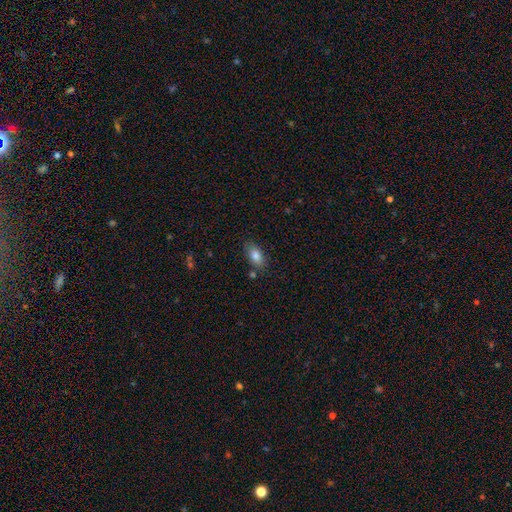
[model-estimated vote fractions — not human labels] This appears to be a smooth galaxy with no disk features (82%) that is in between round and cigar-shaped (90%). Merging: none (77%).